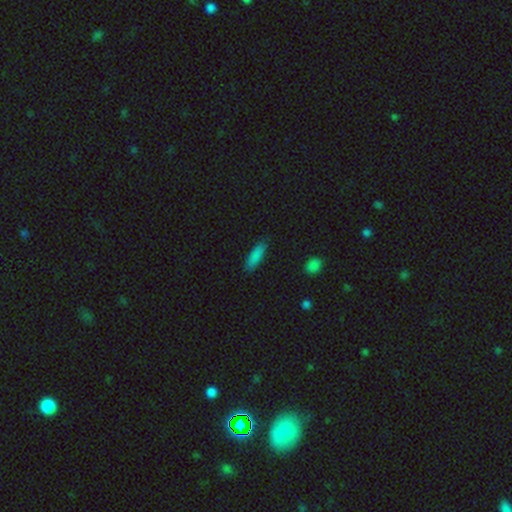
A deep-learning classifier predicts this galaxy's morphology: A smooth galaxy with no disk features (85%) that is cigar-shaped (52%).

Vote fractions:
- Smooth or featured? smooth: 85% / star or artifact: 8% / featured or disk: 7%
- How rounded? cigar-shaped: 52% / in between: 46% / round: 2%
- Merging? none: 85% / minor disturbance: 12% / major disturbance: 2% / merger: 1%